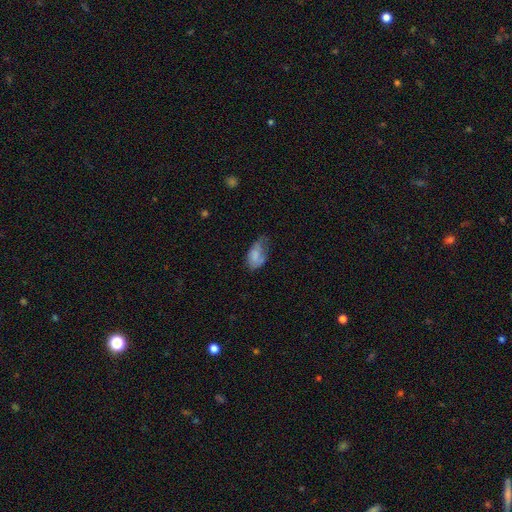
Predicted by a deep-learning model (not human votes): This appears to be a smooth galaxy with no disk features (73%) that is in between round and cigar-shaped (92%). Merging: minor disturbance (41%).